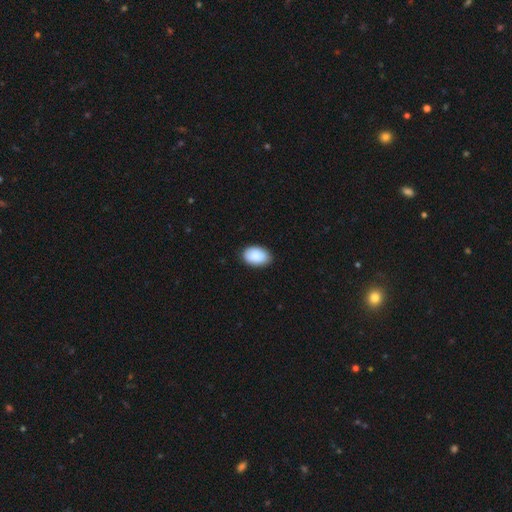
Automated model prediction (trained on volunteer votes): smooth_or_featured: smooth (p=0.90) [alt: star or artifact p=0.06]
how_rounded: in between (p=0.91) [alt: round p=0.08]
merging: none (p=0.83) [alt: minor disturbance p=0.14]